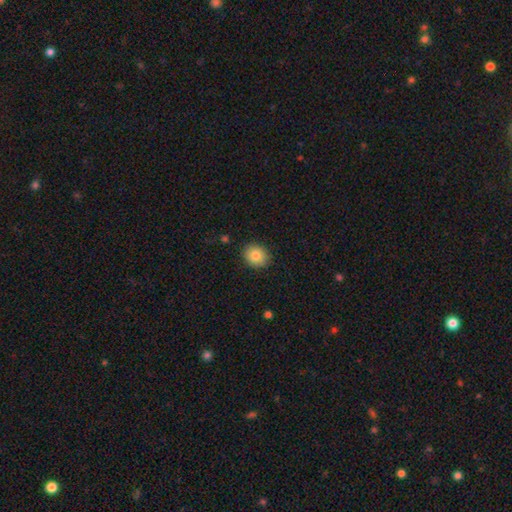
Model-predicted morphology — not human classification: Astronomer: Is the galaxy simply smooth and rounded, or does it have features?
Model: smooth — 83%.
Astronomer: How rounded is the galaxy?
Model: round — 71%.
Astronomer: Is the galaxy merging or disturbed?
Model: none — 90%.